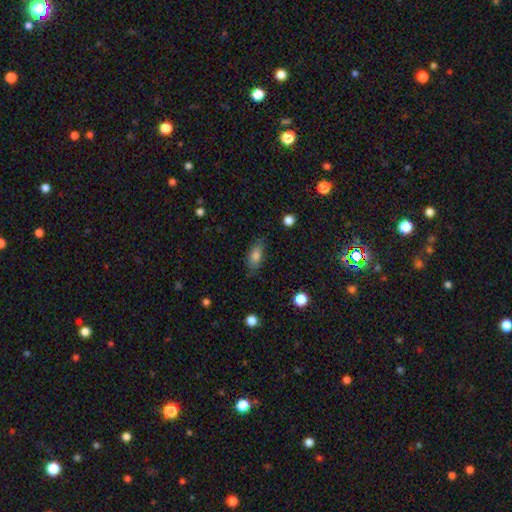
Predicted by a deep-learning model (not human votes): Overall: smooth (80%). How rounded: in between (79%). Merging: none (79%).